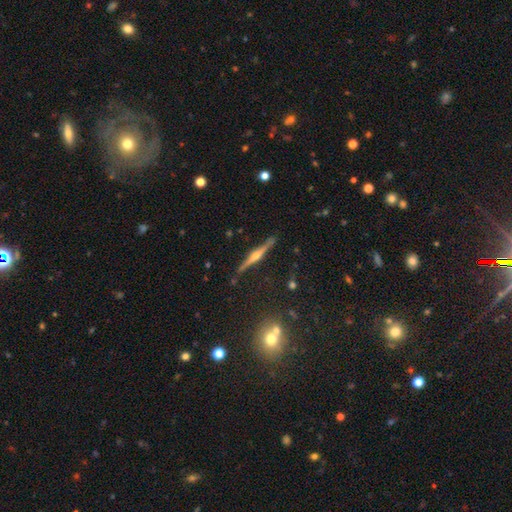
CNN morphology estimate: Q: Smooth or featured?
A: featured or disk (78%); runner-up: smooth (13%)
Q: Edge-on disk?
A: yes (98%); runner-up: no (2%)
Q: Edge-on bulge?
A: rounded (88%); runner-up: boxy (7%)
Q: Merging?
A: none (89%); runner-up: minor disturbance (8%)